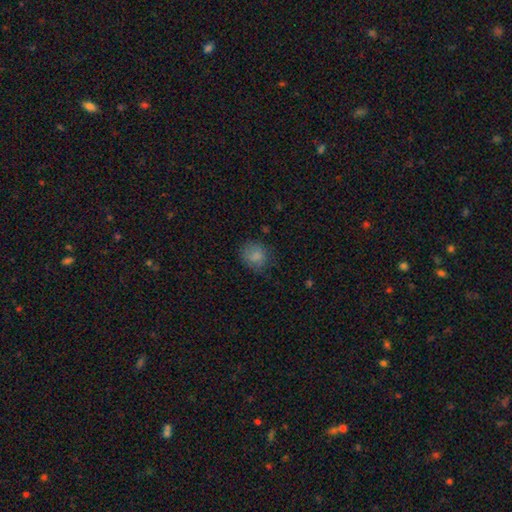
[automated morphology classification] Q: Smooth or featured?
A: smooth (82%); runner-up: star or artifact (10%)
Q: How rounded?
A: round (71%); runner-up: in between (28%)
Q: Merging?
A: none (70%); runner-up: minor disturbance (21%)